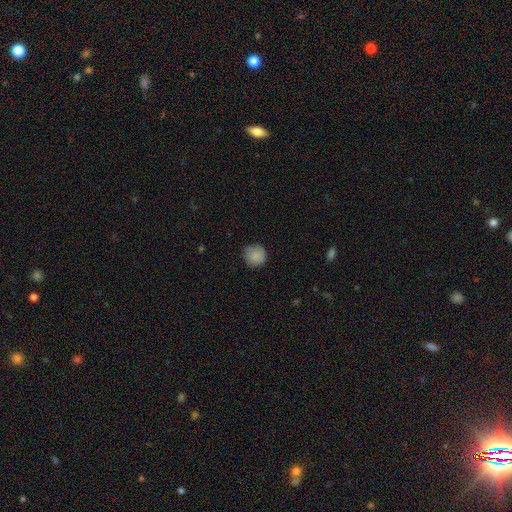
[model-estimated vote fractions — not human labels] Morphology: type=smooth (86%); roundness=round (93%); merging=none (82%).